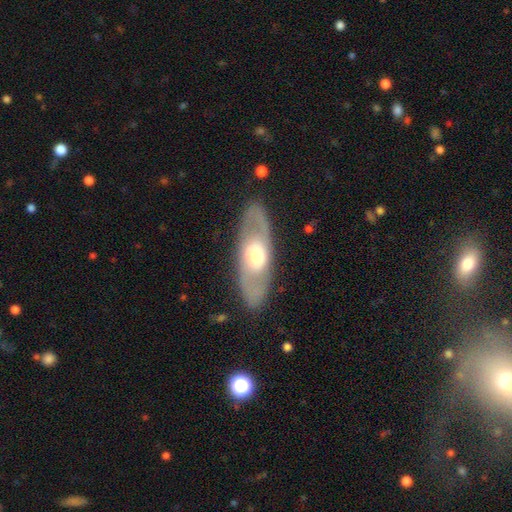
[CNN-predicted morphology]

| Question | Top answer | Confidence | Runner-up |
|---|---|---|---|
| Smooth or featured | featured or disk | 61% | smooth (33%) |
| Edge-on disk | no | 80% | yes (20%) |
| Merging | none | 85% | minor disturbance (10%) |